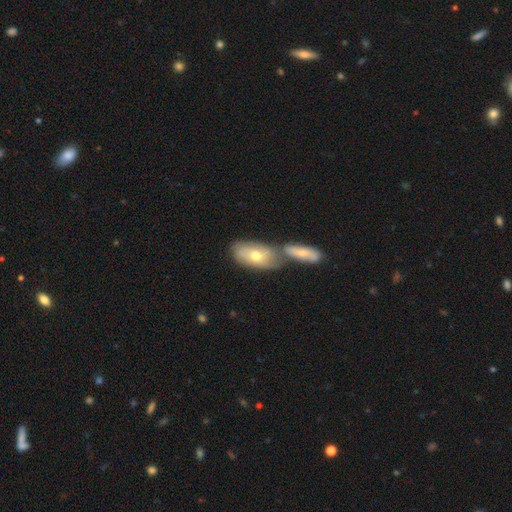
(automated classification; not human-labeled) Smooth or featured? Predicted: smooth (p=0.52). How rounded? Predicted: in between (p=0.86). Merging? Predicted: merger (p=0.54).